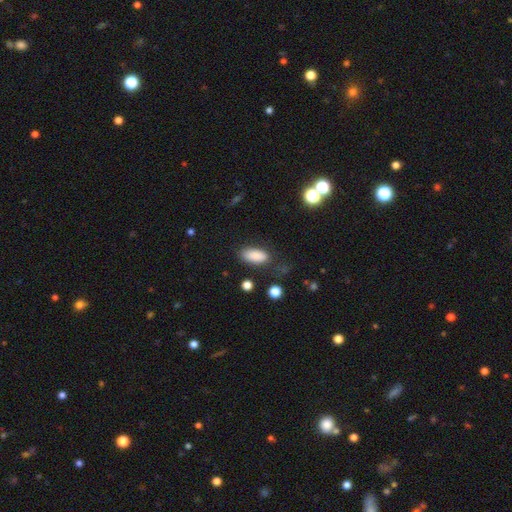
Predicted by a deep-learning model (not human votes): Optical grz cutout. It shows a smooth galaxy with no disk features (87%) that is in between round and cigar-shaped (87%). Merging: none (75%).